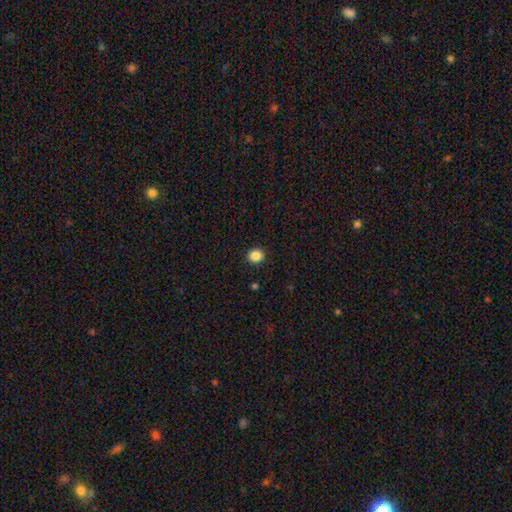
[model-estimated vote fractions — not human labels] Smooth or featured?
  - smooth: 86% *
  - star or artifact: 11%
  - featured or disk: 3%
How rounded?
  - round: 88% *
  - in between: 11%
  - cigar-shaped: 1%
Merging?
  - none: 93% *
  - minor disturbance: 5%
  - major disturbance: 2%
  - merger: 1%